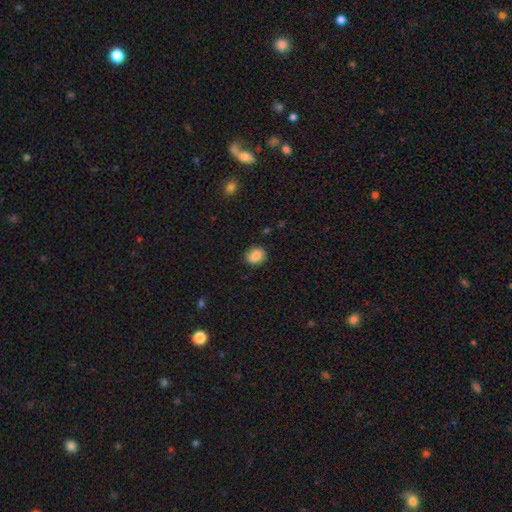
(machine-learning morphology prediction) smooth 85%, star or artifact 9%, featured or disk 6%. Down the decision tree: how rounded — round (59%); merging — none (85%).